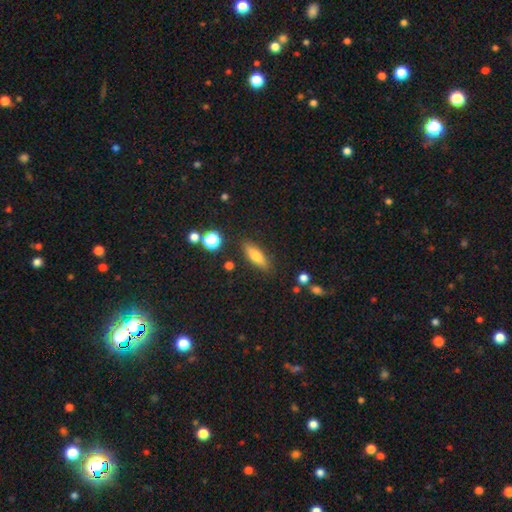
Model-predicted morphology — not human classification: The model was most divided on "how rounded": cigar-shaped: 49%, in between: 48%, round: 3%. More confident: merging — none (85%); smooth or featured — smooth (70%).